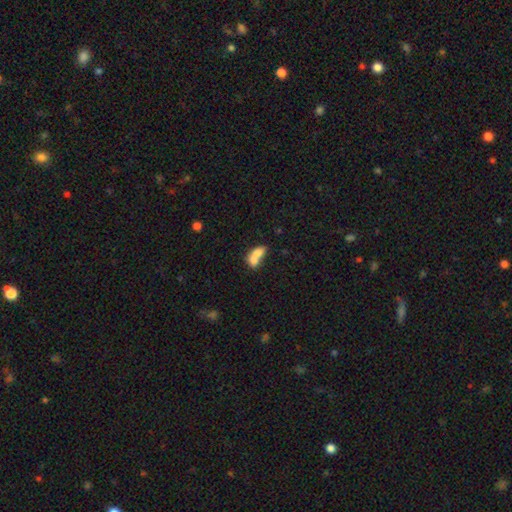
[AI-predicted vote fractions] This is likely a smooth galaxy (72%). How rounded: likely in between (75%). Merging: likely merger (73%).